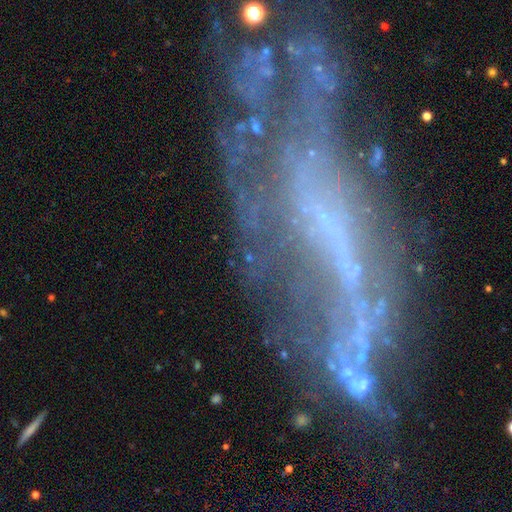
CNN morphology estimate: smooth_or_featured: featured or disk (p=0.73) [alt: star or artifact p=0.15]
disk_edge_on: no (p=0.82) [alt: yes p=0.18]
bar: no (p=0.45) [alt: strong p=0.28]
has_spiral_arms: yes (p=0.56) [alt: no p=0.44]
bulge_size: none (p=0.57) [alt: small p=0.31]
merging: none (p=0.37) [alt: major disturbance p=0.35]